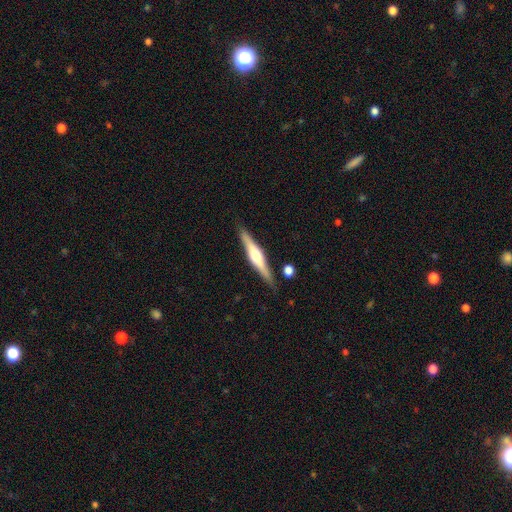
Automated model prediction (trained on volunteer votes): A featured or disk galaxy (69%) viewed edge-on (97%) with a rounded central bulge (88%). Merging: none (86%).